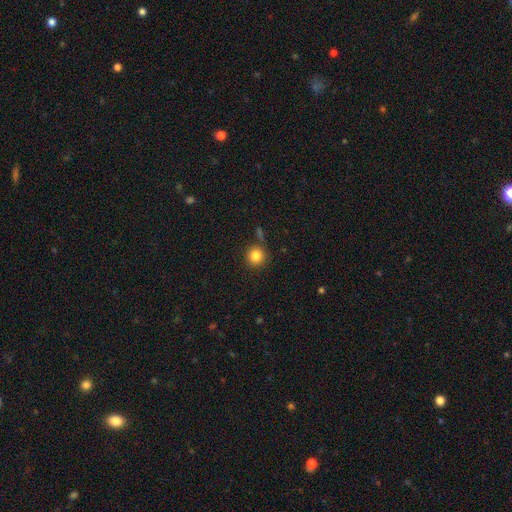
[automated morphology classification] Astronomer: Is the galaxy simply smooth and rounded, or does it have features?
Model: smooth — 83%.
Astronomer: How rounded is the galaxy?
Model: round — 93%.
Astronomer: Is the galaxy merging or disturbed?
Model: none — 81%.